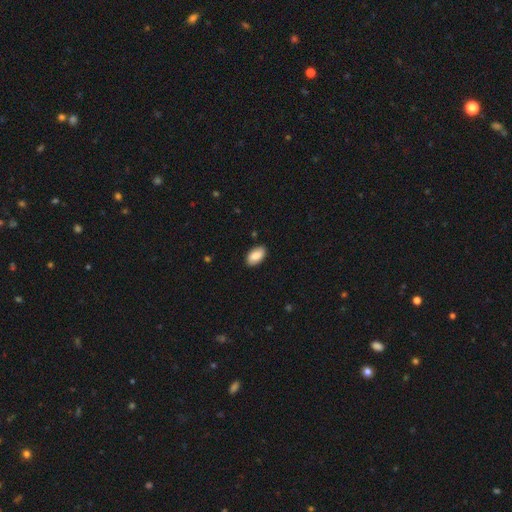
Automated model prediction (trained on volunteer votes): Overall: smooth (84%). How rounded: in between (95%). Merging: none (87%).